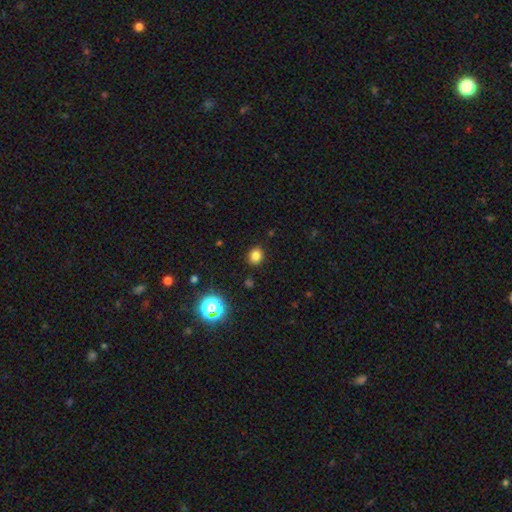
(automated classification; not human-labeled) This appears to be a smooth galaxy with no disk features (81%) that is round (70%). Merging: none (88%).